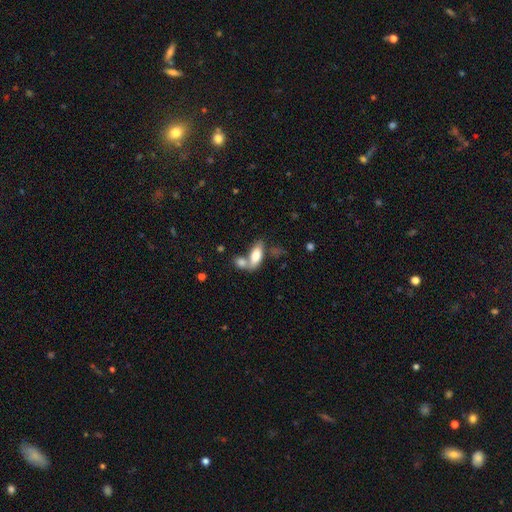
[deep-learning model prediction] A smooth galaxy with no disk features (75%) that is in between round and cigar-shaped (80%). Merging: merger (50%).